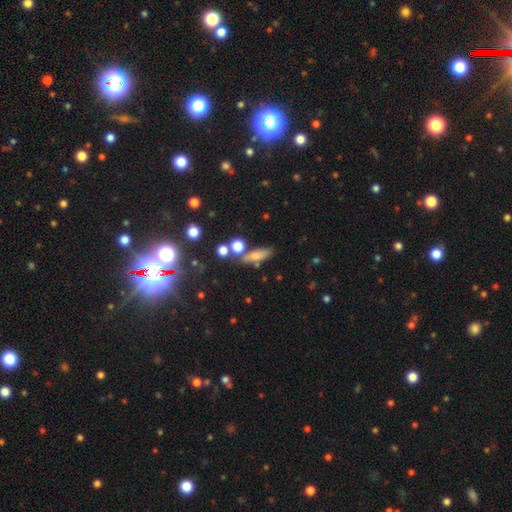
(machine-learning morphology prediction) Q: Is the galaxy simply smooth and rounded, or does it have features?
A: smooth — 70%.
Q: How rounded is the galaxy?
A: in between — 47%.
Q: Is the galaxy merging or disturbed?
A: none — 65%.